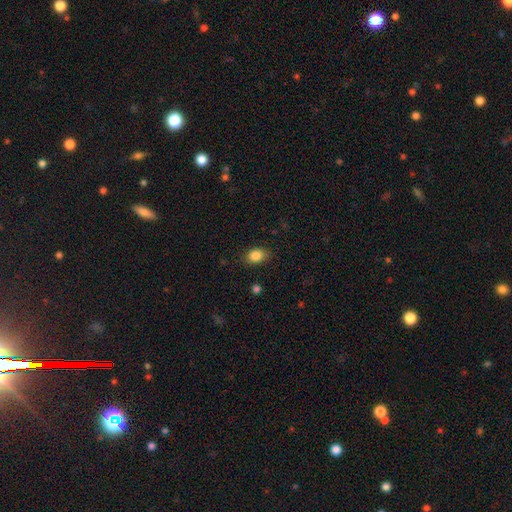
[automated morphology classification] smooth-or-featured: smooth: 85% | star or artifact: 9% | featured or disk: 6%
  how-rounded: in between: 73% | round: 25% | cigar-shaped: 1%
  merging: none: 82% | minor disturbance: 14% | major disturbance: 3% | merger: 1%